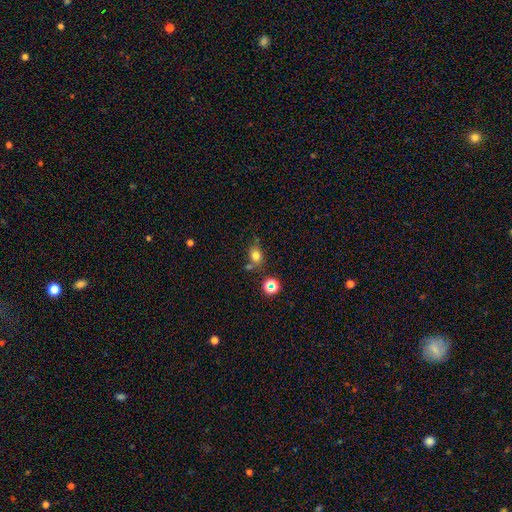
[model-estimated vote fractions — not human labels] A smooth galaxy with no disk features (74%) that is in between round and cigar-shaped (53%). Merging: none (61%).